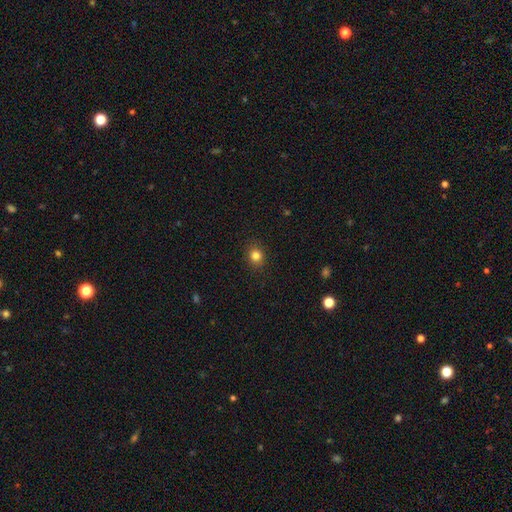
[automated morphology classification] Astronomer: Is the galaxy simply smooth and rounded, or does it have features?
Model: smooth — 82%.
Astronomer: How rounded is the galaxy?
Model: round — 76%.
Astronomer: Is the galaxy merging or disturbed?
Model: none — 90%.